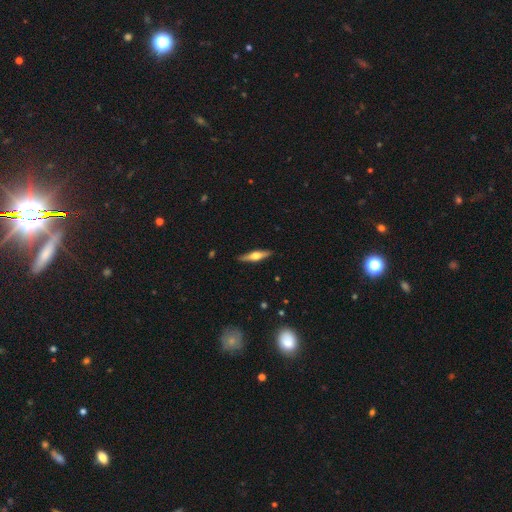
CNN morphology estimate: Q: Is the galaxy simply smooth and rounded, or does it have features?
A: featured or disk — 60%.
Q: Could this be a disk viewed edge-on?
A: yes — 96%.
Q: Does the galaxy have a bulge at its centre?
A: rounded — 93%.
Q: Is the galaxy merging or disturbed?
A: none — 90%.